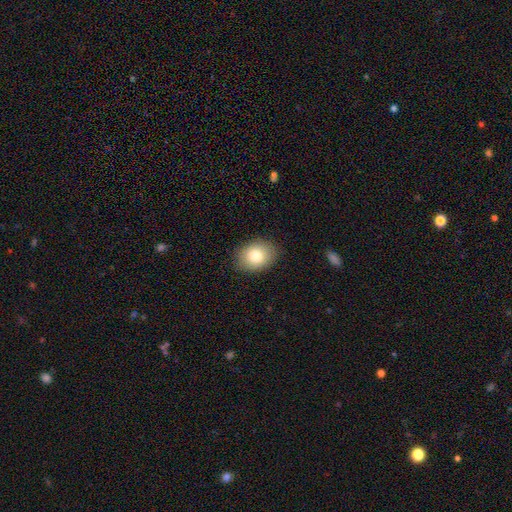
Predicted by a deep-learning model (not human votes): smooth-or-featured: smooth: 83% | featured or disk: 9% | star or artifact: 8%
  how-rounded: in between: 64% | round: 35% | cigar-shaped: 1%
  merging: none: 87% | minor disturbance: 9% | major disturbance: 2% | merger: 1%